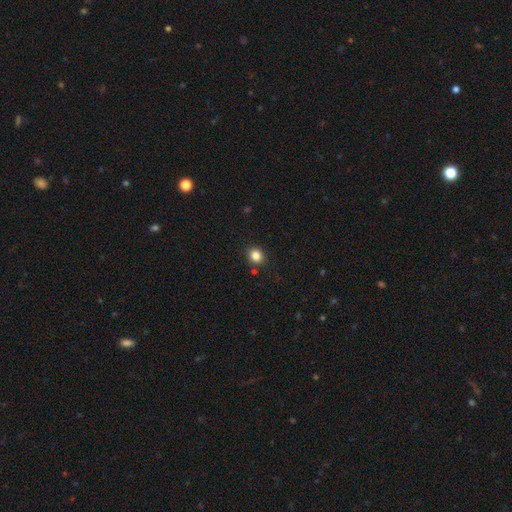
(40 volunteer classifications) Smooth or featured: smooth — 88% (star or artifact — 10%)
How rounded: round — 74% (in between — 26%)
Merging: none — 86% (minor disturbance — 14%)